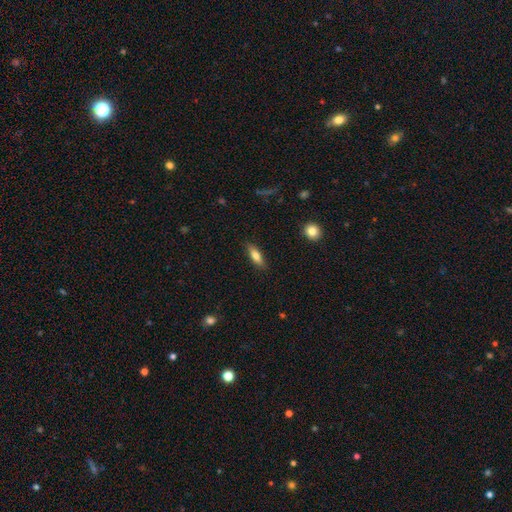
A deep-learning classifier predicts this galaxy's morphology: Smooth or featured? Predicted: smooth (p=0.70). How rounded? Predicted: in between (p=0.53). Merging? Predicted: none (p=0.86).